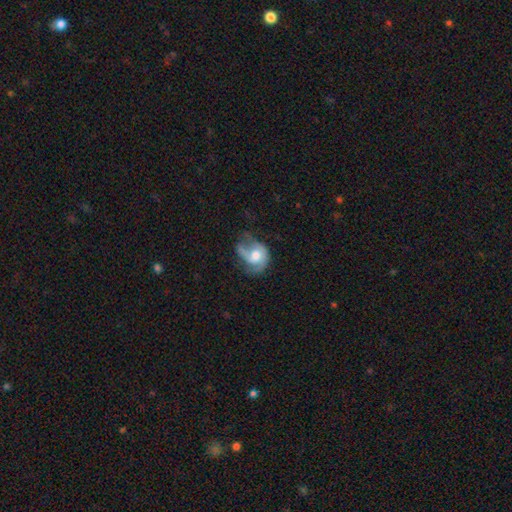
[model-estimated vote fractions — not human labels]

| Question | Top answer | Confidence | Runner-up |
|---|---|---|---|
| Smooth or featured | featured or disk | 62% | smooth (31%) |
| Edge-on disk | no | 97% | yes (3%) |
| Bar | no | 72% | weak (24%) |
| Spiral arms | yes | 78% | no (22%) |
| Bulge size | moderate | 61% | large (22%) |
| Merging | major disturbance | 37% | none (32%) |